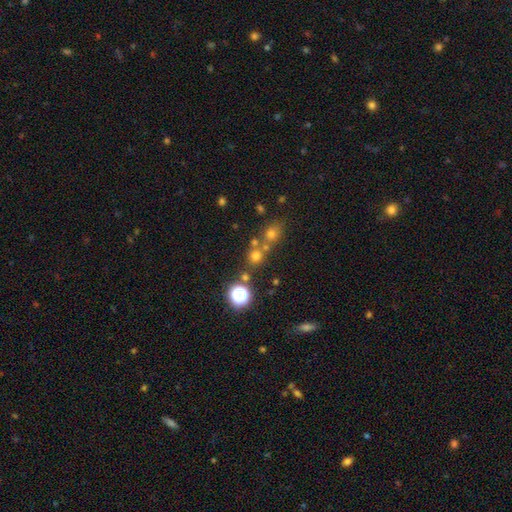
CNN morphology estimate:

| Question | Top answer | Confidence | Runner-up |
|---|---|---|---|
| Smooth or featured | smooth | 65% | star or artifact (26%) |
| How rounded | round | 87% | in between (12%) |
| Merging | none | 63% | merger (26%) |